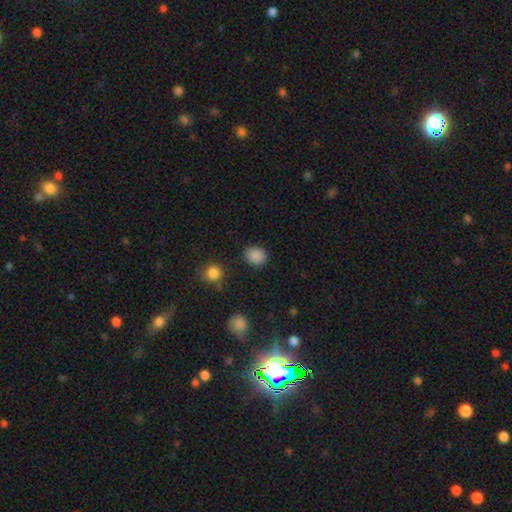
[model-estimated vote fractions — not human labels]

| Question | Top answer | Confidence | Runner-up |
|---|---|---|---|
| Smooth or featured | smooth | 86% | star or artifact (10%) |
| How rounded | round | 71% | in between (28%) |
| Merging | none | 83% | minor disturbance (11%) |